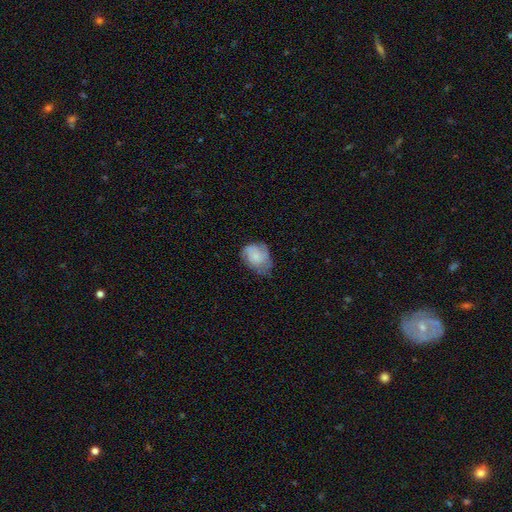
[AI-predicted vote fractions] This appears to be a smooth galaxy with no disk features (70%) that is in between round and cigar-shaped (63%). Merging: minor disturbance (41%).